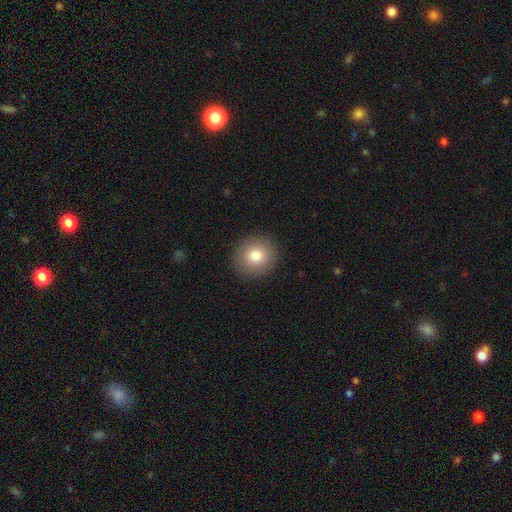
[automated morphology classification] Smooth or featured? smooth (81%)
How rounded? round (88%)
Merging? none (91%)